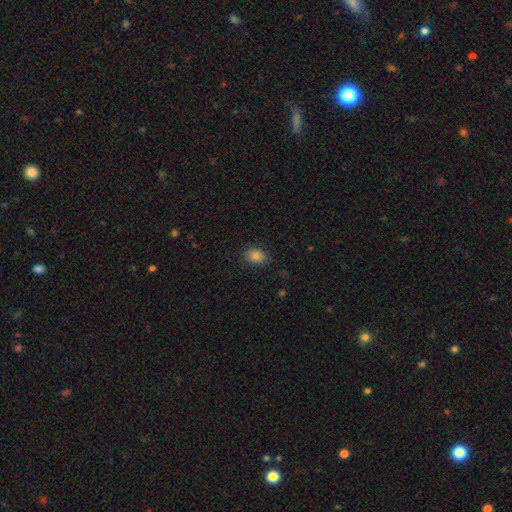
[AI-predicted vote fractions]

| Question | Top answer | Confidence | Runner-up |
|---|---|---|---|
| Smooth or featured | smooth | 84% | star or artifact (11%) |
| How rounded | in between | 74% | round (25%) |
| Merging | none | 85% | minor disturbance (12%) |